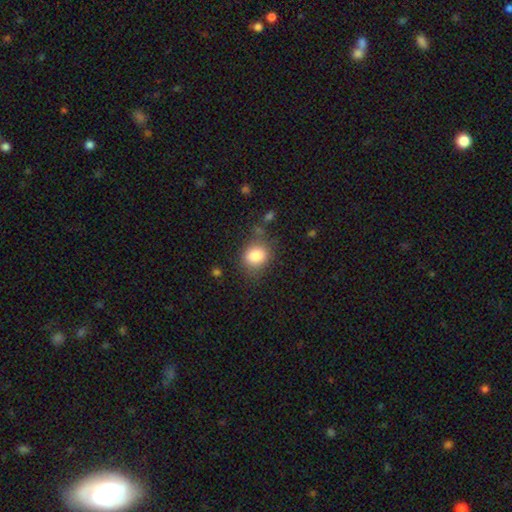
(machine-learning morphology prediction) Overall: smooth (85%). How rounded: round (59%; in between 40%). Merging: none (71%).